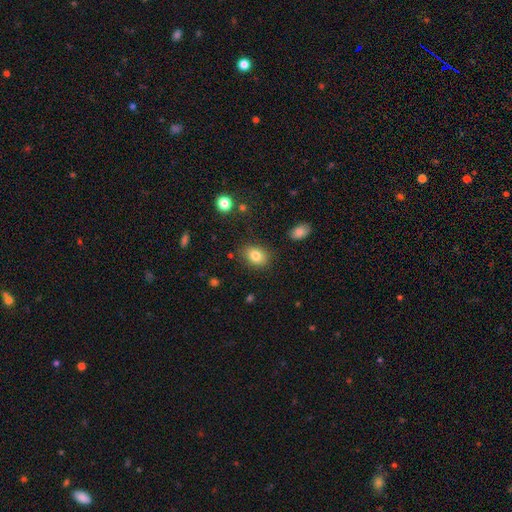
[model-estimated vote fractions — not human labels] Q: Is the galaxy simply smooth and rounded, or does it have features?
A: smooth — 82%.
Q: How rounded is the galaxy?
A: in between — 71%.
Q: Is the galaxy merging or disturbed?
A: none — 83%.